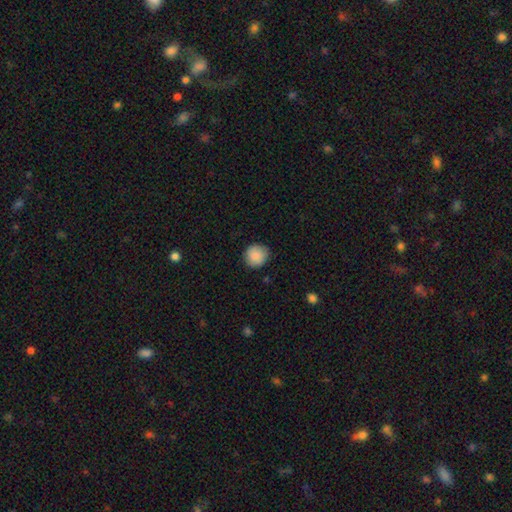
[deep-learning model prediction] This is clearly a smooth galaxy (88%). How rounded: clearly round (91%). Merging: clearly none (87%).